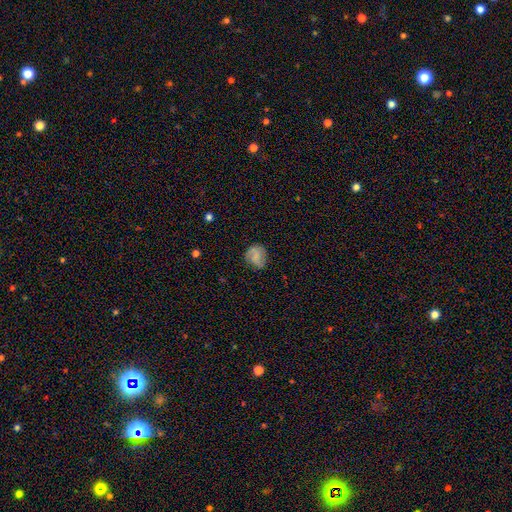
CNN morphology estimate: A smooth galaxy with no disk features (66%) that is round (65%).

Vote fractions:
- Smooth or featured? smooth: 66% / featured or disk: 25% / star or artifact: 9%
- How rounded? round: 65% / in between: 34% / cigar-shaped: 1%
- Merging? none: 67% / minor disturbance: 23% / major disturbance: 8% / merger: 2%